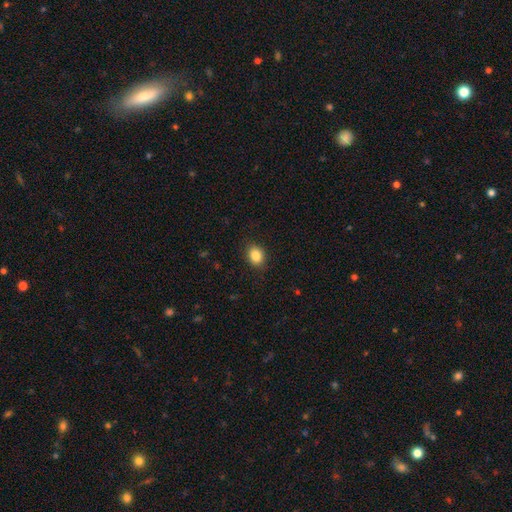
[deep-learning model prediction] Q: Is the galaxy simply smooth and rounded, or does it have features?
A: smooth — 86%.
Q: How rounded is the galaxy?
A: in between — 51%.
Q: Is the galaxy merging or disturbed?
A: none — 87%.